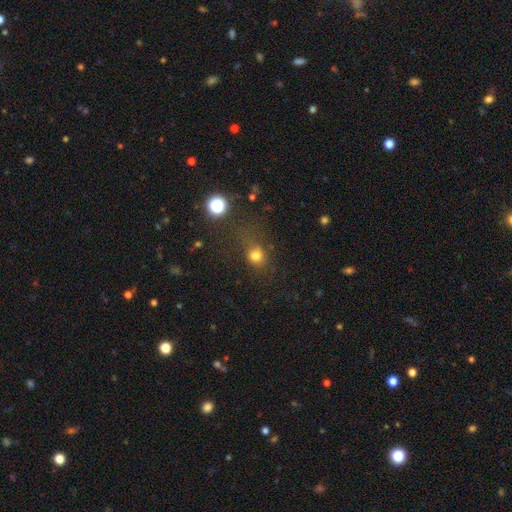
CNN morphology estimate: This is likely a smooth galaxy (72%). How rounded: likely round (69%). Merging: possibly none (56%).